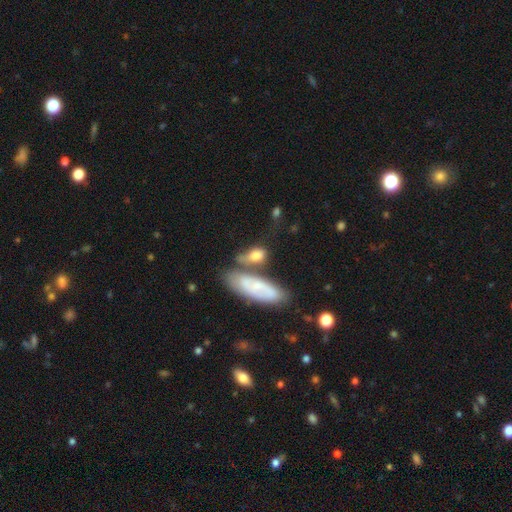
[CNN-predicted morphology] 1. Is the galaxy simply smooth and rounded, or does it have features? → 67% smooth, 25% featured or disk, 8% star or artifact.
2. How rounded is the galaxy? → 70% in between, 15% round, 14% cigar-shaped.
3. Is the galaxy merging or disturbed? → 36% merger (tied), 36% none (tied), 18% minor disturbance, 11% major disturbance.